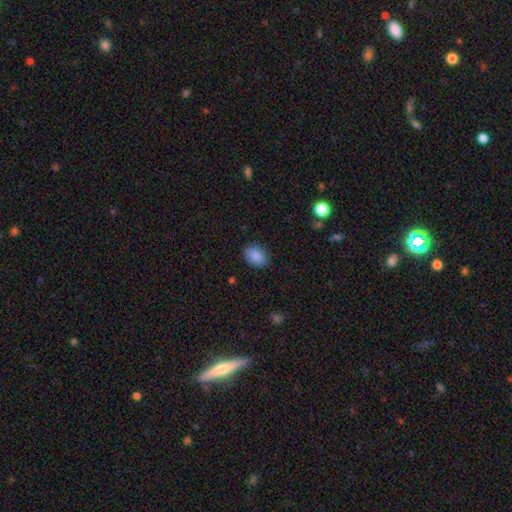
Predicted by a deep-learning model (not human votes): Overall: smooth (87%). How rounded: in between (84%). Merging: none (84%).